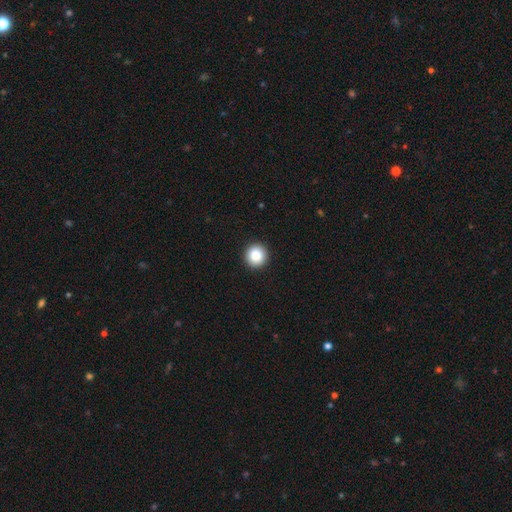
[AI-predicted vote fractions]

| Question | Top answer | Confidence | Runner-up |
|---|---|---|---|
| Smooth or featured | smooth | 86% | star or artifact (9%) |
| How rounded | round | 96% | in between (3%) |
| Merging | none | 94% | minor disturbance (4%) |